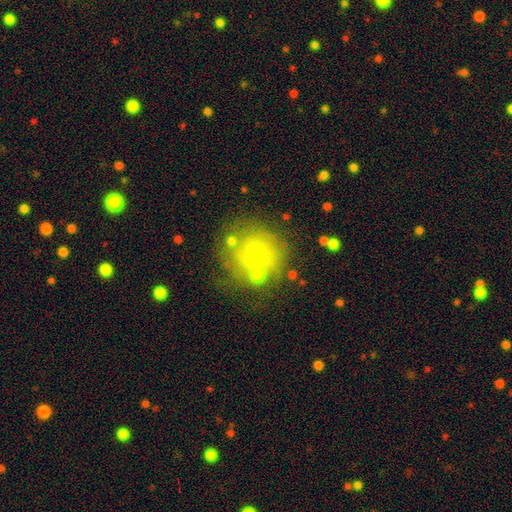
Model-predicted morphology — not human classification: Smooth or featured?
  - smooth: 49% *
  - featured or disk: 39%
  - star or artifact: 13%
Merging?
  - none: 67% *
  - minor disturbance: 17%
  - major disturbance: 8%
  - merger: 8%